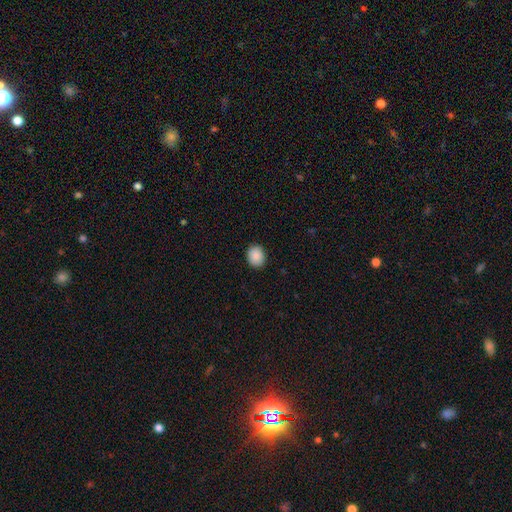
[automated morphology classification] smooth 90%, star or artifact 8%, featured or disk 3%. Down the decision tree: how rounded — round (54%); merging — none (90%).